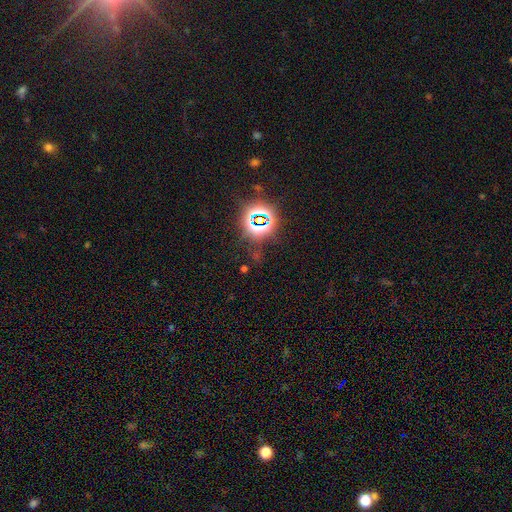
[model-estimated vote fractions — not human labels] smooth_or_featured: star or artifact (p=0.79) [alt: smooth p=0.14]